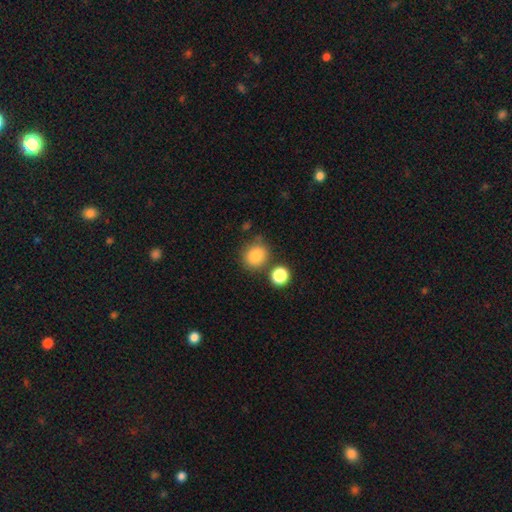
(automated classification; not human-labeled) This appears to be a smooth galaxy with no disk features (84%) that is round (70%). Merging: none (71%).